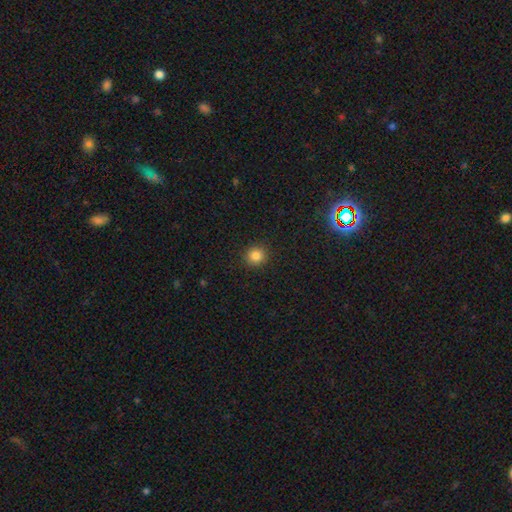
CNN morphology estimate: A smooth galaxy with no disk features (85%) that is round (92%).

Vote fractions:
- Smooth or featured? smooth: 85% / star or artifact: 11% / featured or disk: 4%
- How rounded? round: 92% / in between: 7% / cigar-shaped: 1%
- Merging? none: 92% / minor disturbance: 5% / major disturbance: 2% / merger: 1%